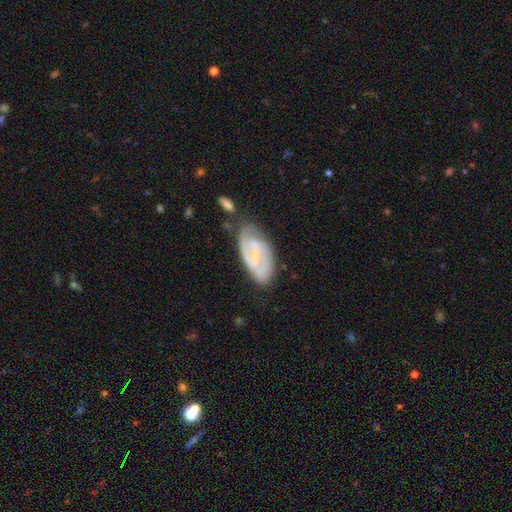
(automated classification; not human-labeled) Smooth or featured?
  - featured or disk: 70% *
  - smooth: 23%
  - star or artifact: 7%
Edge-on disk?
  - no: 94% *
  - yes: 6%
Bar?
  - weak: 45% *
  - no: 39%
  - strong: 15%
Spiral arms?
  - yes: 81% *
  - no: 19%
Spiral winding?
  - tight: 46% *
  - medium: 39%
  - loose: 15%
Spiral arm count?
  - 2: 55% *
  - can't tell: 29%
  - 3: 7%
  - 1: 4%
  - 4: 2%
  - more than 4: 2%
Bulge size?
  - small: 68% *
  - moderate: 17%
  - none: 13%
  - large: 1%
  - dominant: 1%
Merging?
  - none: 54% *
  - minor disturbance: 27%
  - major disturbance: 10%
  - merger: 9%